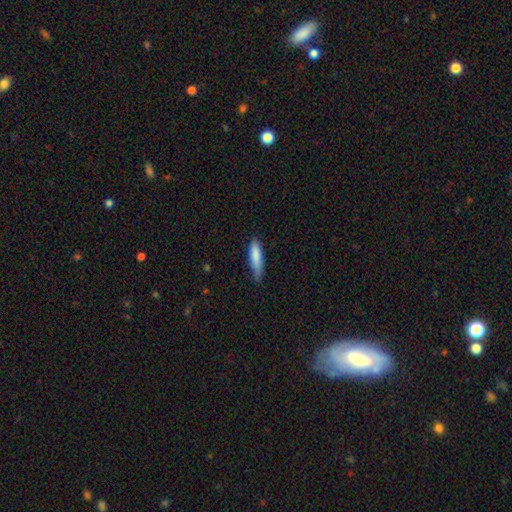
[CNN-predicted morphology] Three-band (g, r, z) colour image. It shows a smooth galaxy with no disk features (83%) that is cigar-shaped (74%). Merging: none (63%).